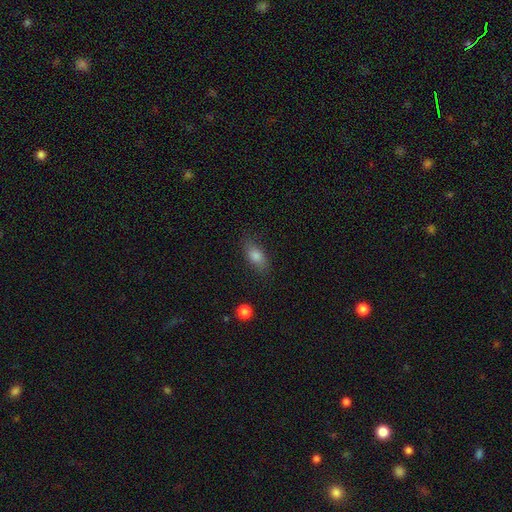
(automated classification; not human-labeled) This appears to be a smooth galaxy with no disk features (78%) that is in between round and cigar-shaped (81%). Merging: none (80%).